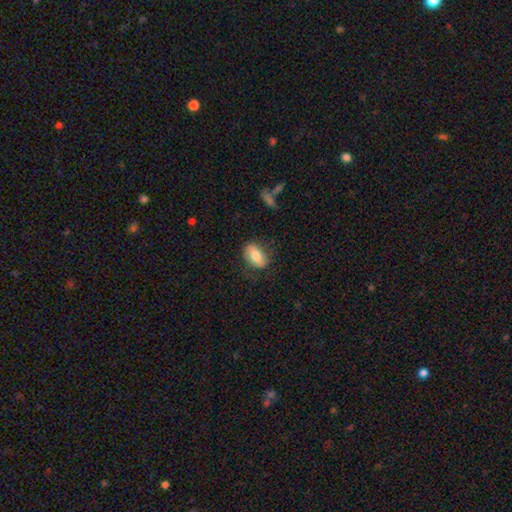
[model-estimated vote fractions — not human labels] The model was most divided on "smooth or featured": smooth: 73%, featured or disk: 21%, star or artifact: 7%. More confident: how rounded — in between (86%); merging — none (75%).